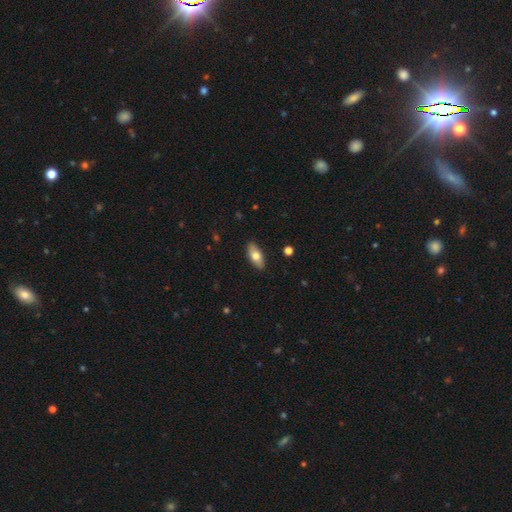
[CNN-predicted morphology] This appears to be a smooth galaxy with no disk features (71%) that is in between round and cigar-shaped (87%). Merging: none (89%).